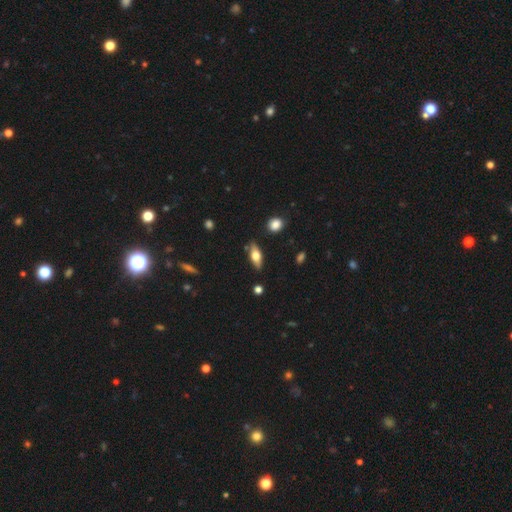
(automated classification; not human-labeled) This is possibly a smooth galaxy (54%). How rounded: likely in between (66%). Merging: clearly none (82%).